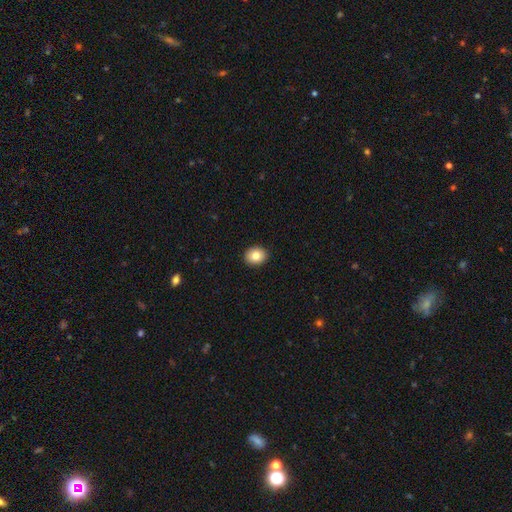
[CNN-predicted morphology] Overall: smooth (82%). How rounded: round (57%; in between 42%). Merging: none (92%).